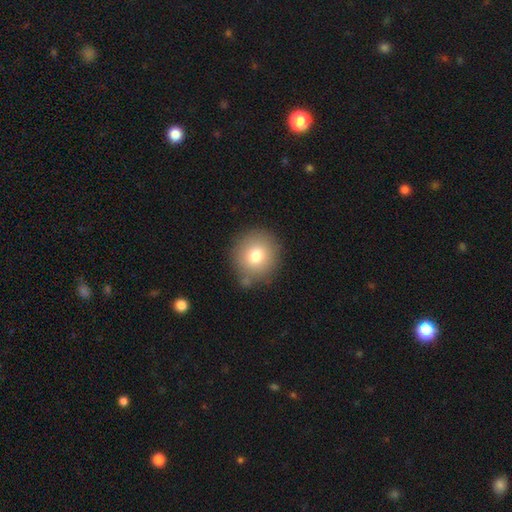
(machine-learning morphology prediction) smooth 78%, featured or disk 12%, star or artifact 10%. Down the decision tree: how rounded — round (91%); merging — none (81%).